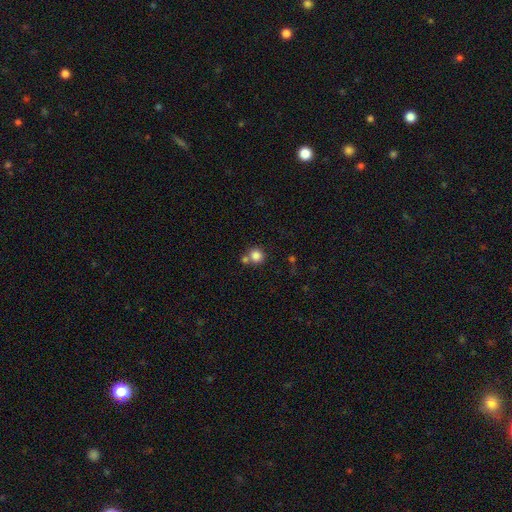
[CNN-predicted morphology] The model was most divided on "merging": none: 61%, merger: 27%, minor disturbance: 9%, major disturbance: 3%. More confident: how rounded — round (91%); smooth or featured — smooth (83%).